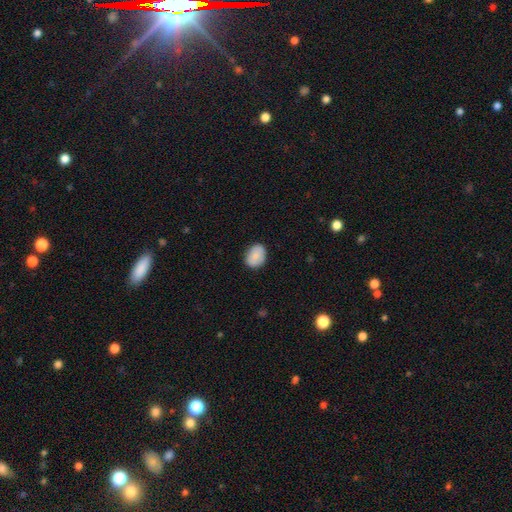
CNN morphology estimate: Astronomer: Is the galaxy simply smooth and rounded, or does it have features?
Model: smooth — 81%.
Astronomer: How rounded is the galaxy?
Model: in between — 62%.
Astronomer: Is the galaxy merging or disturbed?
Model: none — 82%.